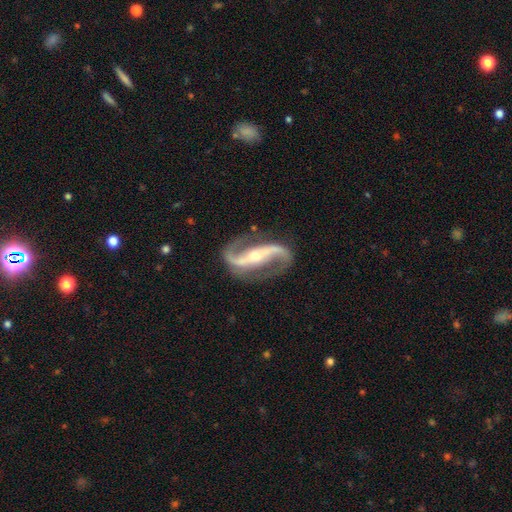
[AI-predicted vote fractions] A featured or disk galaxy (93%) with a strong bar (55%), 2 (94%) loose (49%) spiral arms (98%) and a small central bulge (53%).

Vote fractions:
- Smooth or featured? featured or disk: 93% / star or artifact: 4% / smooth: 3%
- Edge-on disk? no: 96% / yes: 4%
- Bar? strong: 55% / no: 23% / weak: 22%
- Spiral arms? yes: 98% / no: 2%
- Spiral winding? loose: 49% / medium: 40% / tight: 11%
- Spiral arm count? 2: 94% / 1: 1% / can't tell: 1% / 3: 1% / 4: 1% / more than 4: 1%
- Bulge size? small: 53% / moderate: 43% / large: 2% / none: 1% / dominant: 1%
- Merging? none: 83% / minor disturbance: 11% / major disturbance: 5% / merger: 2%